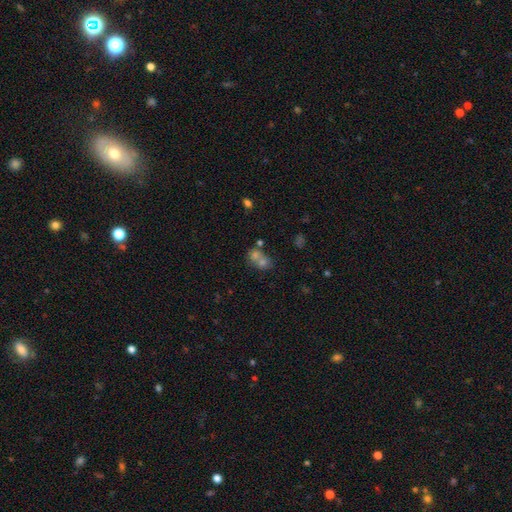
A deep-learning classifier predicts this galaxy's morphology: This appears to be a smooth galaxy with no disk features (61%) that is round (65%). Merging: merger (60%).